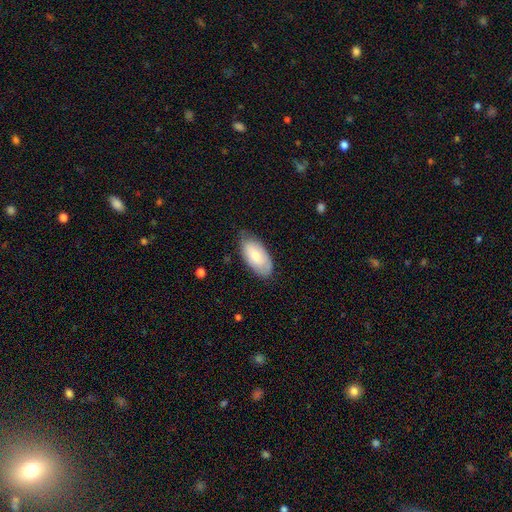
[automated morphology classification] smooth_or_featured: smooth (p=0.72) [alt: featured or disk p=0.22]
how_rounded: in between (p=0.95) [alt: cigar-shaped p=0.03]
merging: none (p=0.72) [alt: minor disturbance p=0.23]